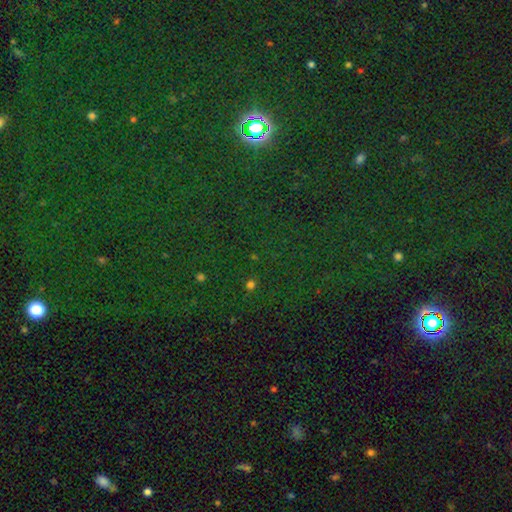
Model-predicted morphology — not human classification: A star or artifact, not a galaxy (78%).

Vote fractions:
- Smooth or featured? star or artifact: 78% / smooth: 14% / featured or disk: 8%